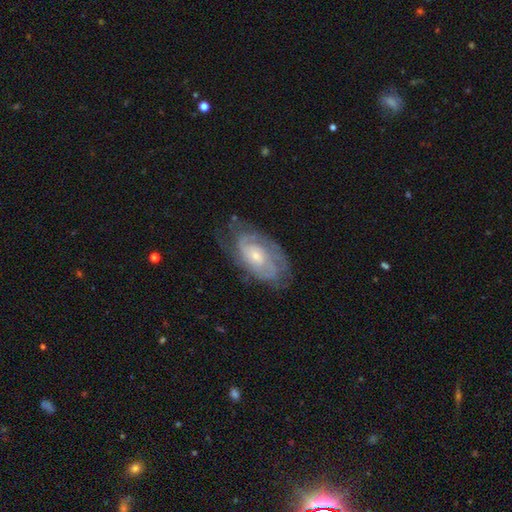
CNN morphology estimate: Smooth or featured: featured or disk — 81% (smooth — 13%)
Edge-on disk: no — 95% (yes — 5%)
Bar: no — 71% (weak — 24%)
Spiral arms: yes — 93% (no — 7%)
Spiral winding: tight — 65% (medium — 28%)
Spiral arm count: can't tell — 37% (2 — 35%)
Bulge size: small — 56% (moderate — 38%)
Merging: none — 70% (minor disturbance — 21%)